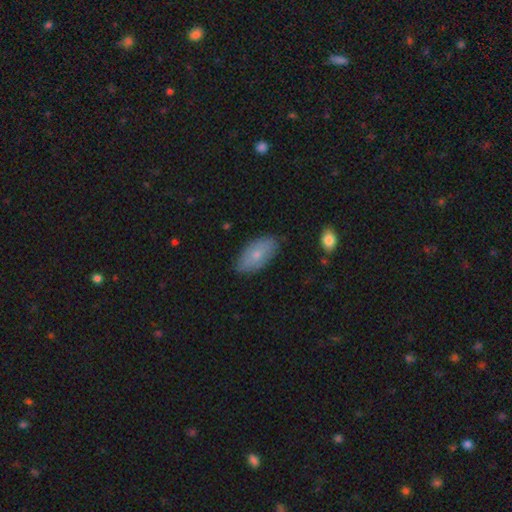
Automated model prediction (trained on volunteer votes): The model was most divided on "smooth or featured": smooth: 71%, featured or disk: 23%, star or artifact: 6%. More confident: how rounded — in between (93%); merging — none (79%).